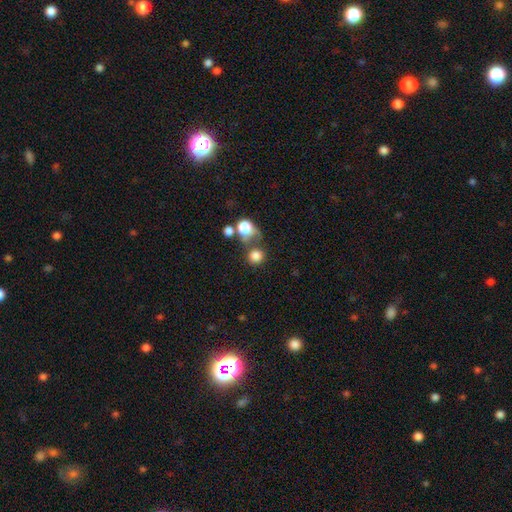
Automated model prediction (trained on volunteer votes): smooth-or-featured: smooth: 79% | star or artifact: 13% | featured or disk: 8%
  how-rounded: round: 88% | in between: 11% | cigar-shaped: 1%
  merging: none: 59% | merger: 22% | minor disturbance: 11% | major disturbance: 8%